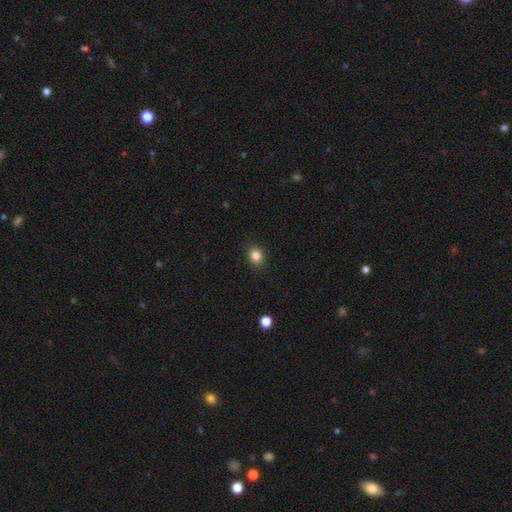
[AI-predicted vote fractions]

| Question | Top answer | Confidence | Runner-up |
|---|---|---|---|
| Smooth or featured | smooth | 83% | star or artifact (12%) |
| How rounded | round | 65% | in between (34%) |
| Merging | none | 90% | minor disturbance (7%) |